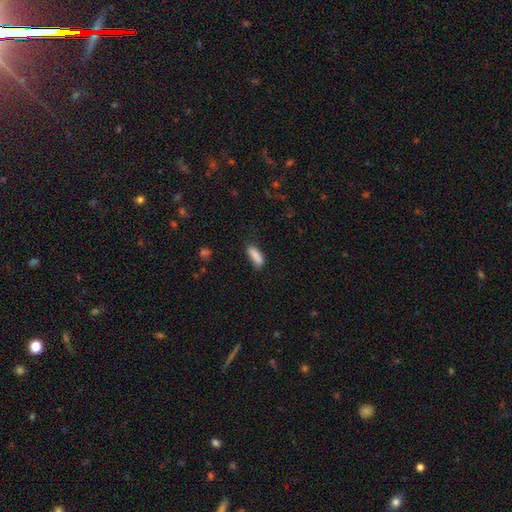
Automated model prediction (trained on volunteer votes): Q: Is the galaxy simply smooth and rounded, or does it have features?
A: smooth — 86%.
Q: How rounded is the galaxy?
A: in between — 65%.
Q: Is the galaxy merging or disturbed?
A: none — 68%.